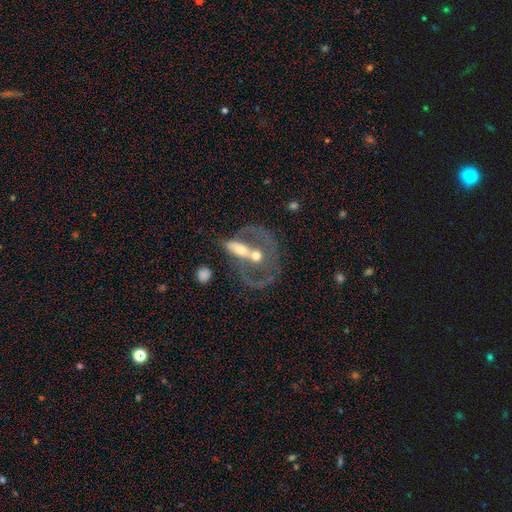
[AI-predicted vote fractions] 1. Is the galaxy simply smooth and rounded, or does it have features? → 58% featured or disk, 34% smooth, 9% star or artifact.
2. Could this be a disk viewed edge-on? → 91% no, 9% yes.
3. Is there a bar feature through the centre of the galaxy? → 76% no, 16% weak, 8% strong.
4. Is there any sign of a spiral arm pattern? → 72% no, 28% yes.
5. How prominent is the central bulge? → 62% moderate, 19% small, 11% large, 5% none, 2% dominant.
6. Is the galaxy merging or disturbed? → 63% merger, 17% none, 13% major disturbance, 8% minor disturbance.